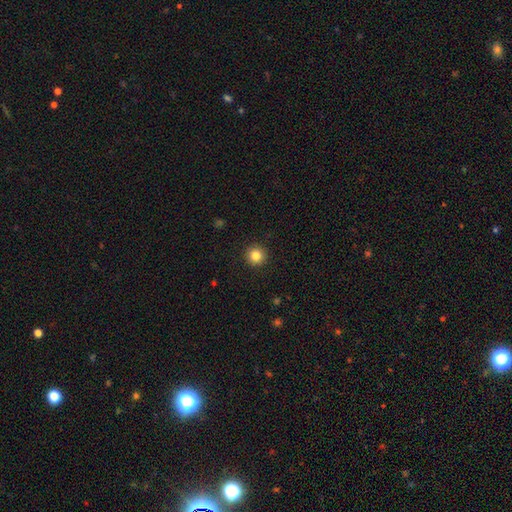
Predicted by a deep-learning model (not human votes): Smooth or featured?
  - smooth: 84% *
  - star or artifact: 11%
  - featured or disk: 5%
How rounded?
  - round: 95% *
  - in between: 4%
  - cigar-shaped: 1%
Merging?
  - none: 93% *
  - minor disturbance: 5%
  - major disturbance: 2%
  - merger: 1%